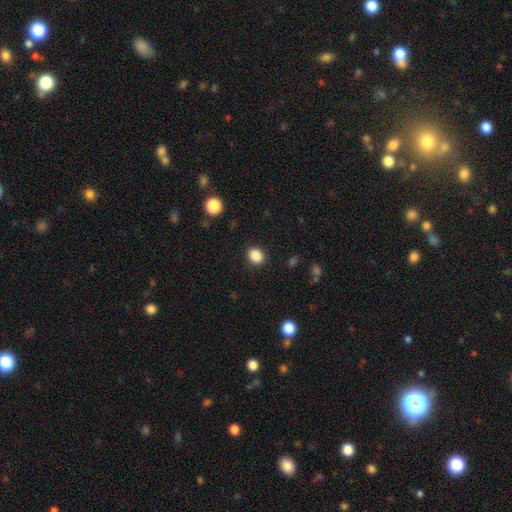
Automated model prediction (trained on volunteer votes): Smooth or featured? smooth (87%)
How rounded? round (54%)
Merging? none (89%)